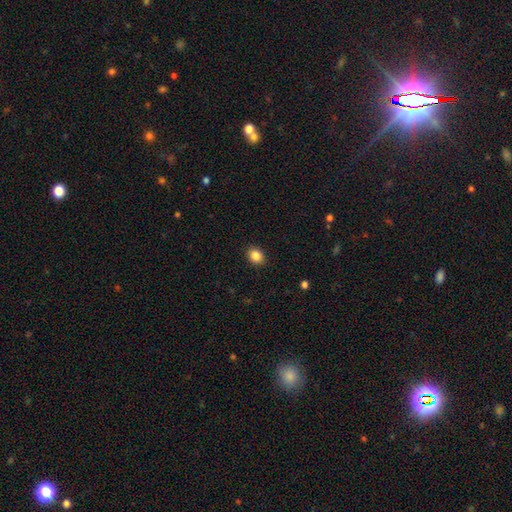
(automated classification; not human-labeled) Q: Smooth or featured?
A: smooth (86%); runner-up: star or artifact (10%)
Q: How rounded?
A: in between (51%); runner-up: round (48%)
Q: Merging?
A: none (89%); runner-up: minor disturbance (8%)